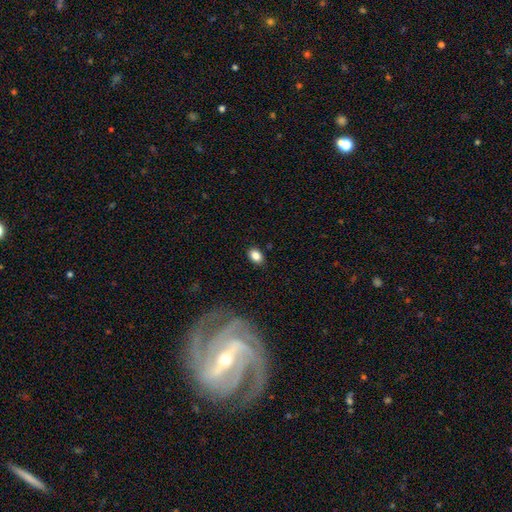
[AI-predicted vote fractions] Overall: smooth (85%). How rounded: in between (80%). Merging: none (86%).